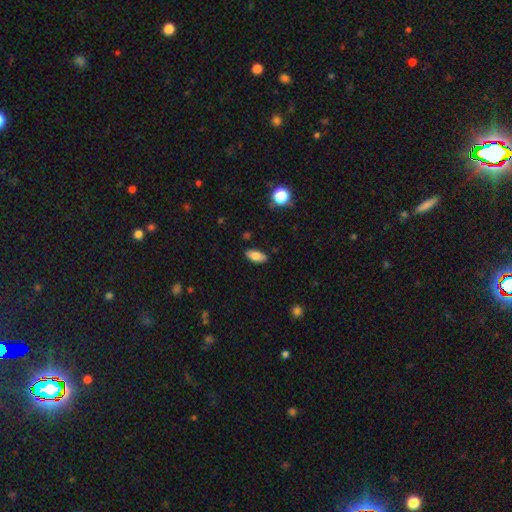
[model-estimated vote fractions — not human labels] This is clearly a smooth galaxy (81%). How rounded: clearly in between (89%). Merging: clearly none (86%).